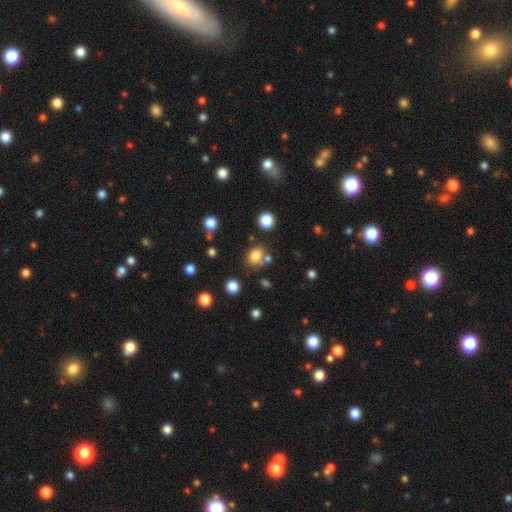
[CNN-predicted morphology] The model was most divided on "how rounded": in between: 53%, round: 46%, cigar-shaped: 1%. More confident: smooth or featured — smooth (79%); merging — none (65%).